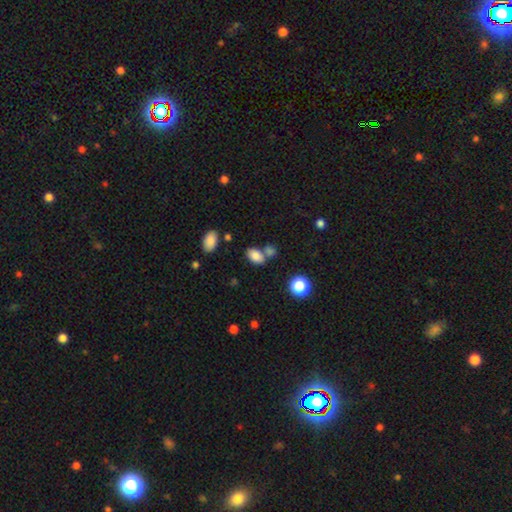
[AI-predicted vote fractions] smooth 83%, star or artifact 11%, featured or disk 7%. Down the decision tree: how rounded — in between (89%); merging — none (53%).